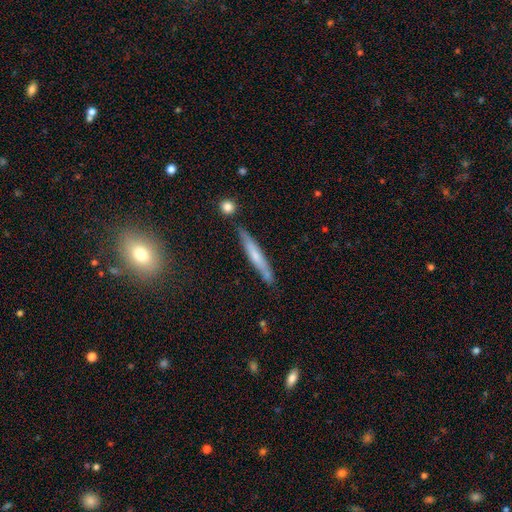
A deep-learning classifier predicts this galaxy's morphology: Overall: smooth (51%; featured or disk 42%). How rounded: cigar-shaped (94%). Merging: none (81%).